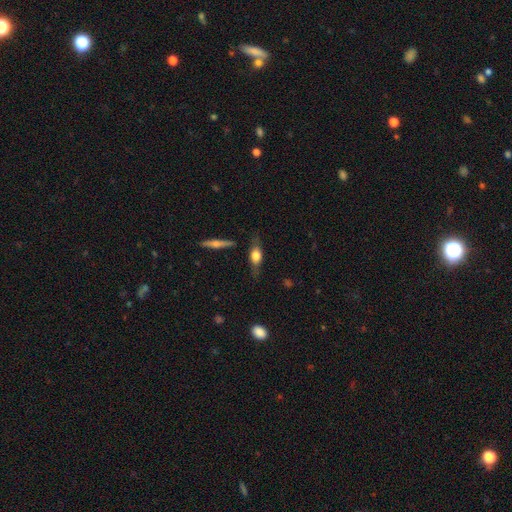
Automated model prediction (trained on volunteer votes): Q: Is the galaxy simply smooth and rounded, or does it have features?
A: smooth — 55%.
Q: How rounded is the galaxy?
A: in between — 64%.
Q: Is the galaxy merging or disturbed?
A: none — 69%.